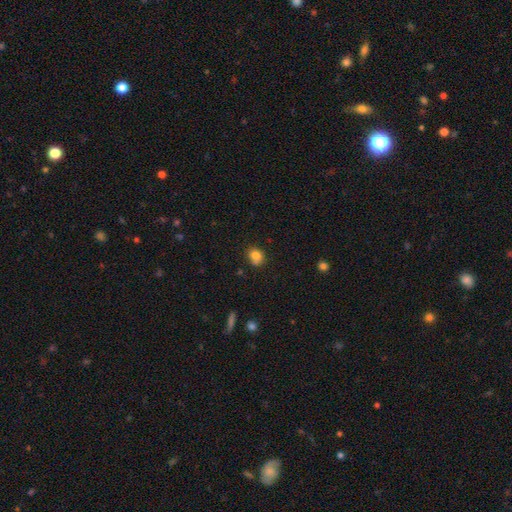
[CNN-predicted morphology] type=smooth (79%); roundness=round (68%); merging=none (64%).